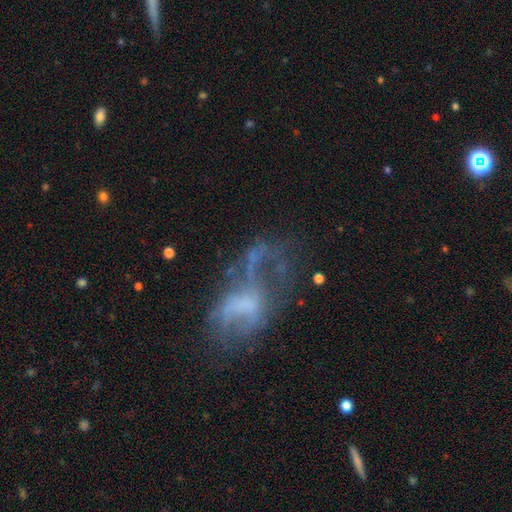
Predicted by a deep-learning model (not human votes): Q: Smooth or featured?
A: featured or disk (59%); runner-up: smooth (22%)
Q: Edge-on disk?
A: no (95%); runner-up: yes (5%)
Q: Bar?
A: no (76%); runner-up: weak (17%)
Q: Spiral arms?
A: no (67%); runner-up: yes (33%)
Q: Bulge size?
A: none (66%); runner-up: small (15%)
Q: Merging?
A: major disturbance (46%); runner-up: none (29%)